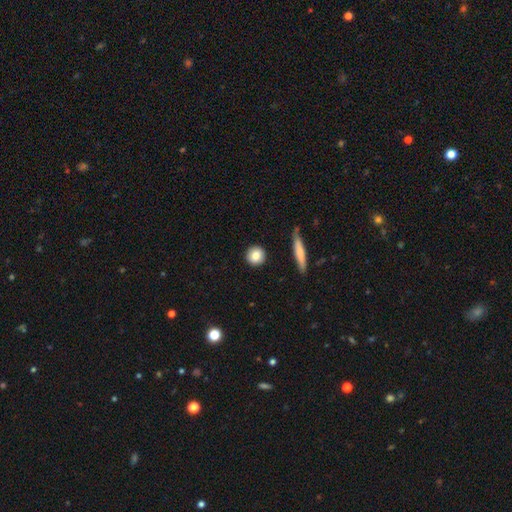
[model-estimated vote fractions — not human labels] smooth 82%, featured or disk 10%, star or artifact 8%. Down the decision tree: how rounded — round (89%); merging — none (90%).